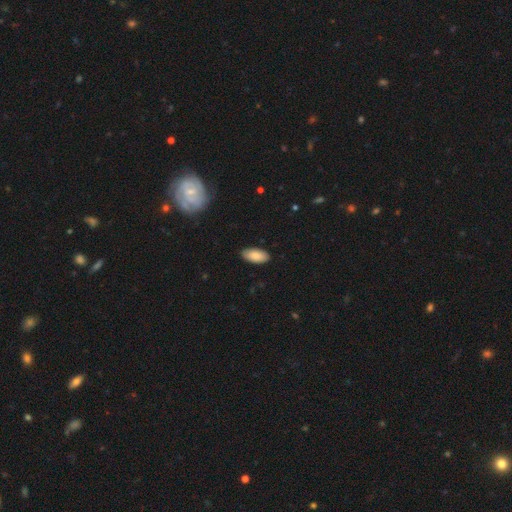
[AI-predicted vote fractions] Smooth or featured: smooth — 87% (featured or disk — 7%)
How rounded: in between — 93% (cigar-shaped — 5%)
Merging: none — 87% (minor disturbance — 10%)